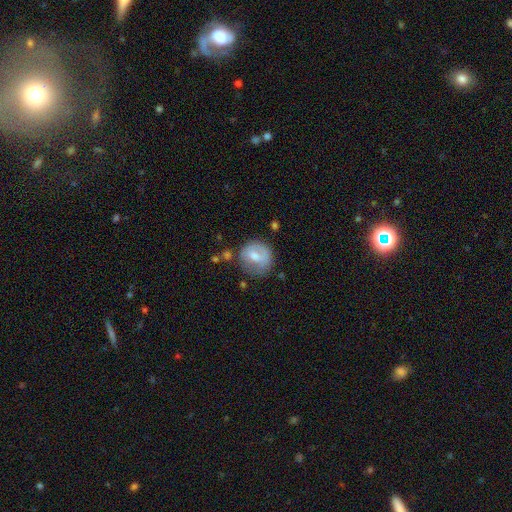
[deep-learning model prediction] smooth-or-featured: smooth: 62% | featured or disk: 31% | star or artifact: 8%
  how-rounded: round: 78% | in between: 21% | cigar-shaped: 1%
  merging: none: 57% | minor disturbance: 25% | major disturbance: 13% | merger: 5%